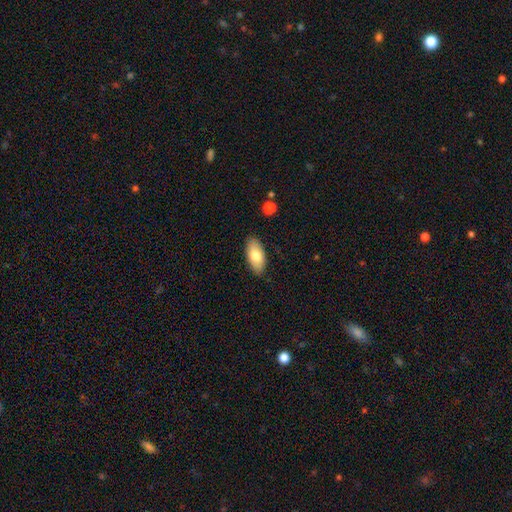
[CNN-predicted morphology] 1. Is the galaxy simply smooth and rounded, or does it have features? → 78% smooth, 15% featured or disk, 6% star or artifact.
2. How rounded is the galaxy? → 91% in between, 6% cigar-shaped, 2% round.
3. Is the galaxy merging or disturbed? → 88% none, 9% minor disturbance, 2% major disturbance, 1% merger.